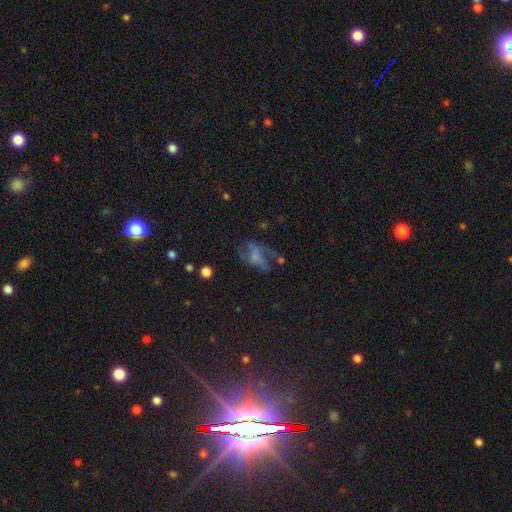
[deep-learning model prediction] Morphology: type=featured or disk (51%); edge-on=no (94%); merging=major disturbance (45%).